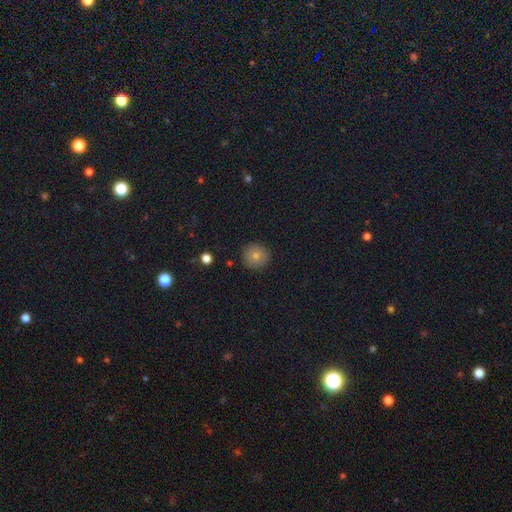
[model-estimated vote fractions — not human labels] The model was most divided on "smooth or featured": smooth: 77%, featured or disk: 12%, star or artifact: 11%. More confident: how rounded — round (94%); merging — none (90%).